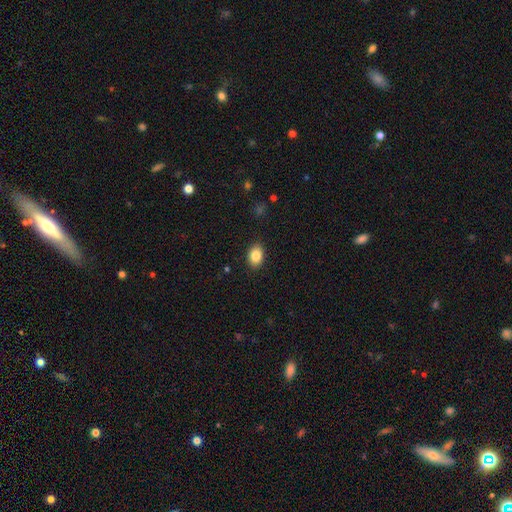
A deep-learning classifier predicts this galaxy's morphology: Q: Smooth or featured?
A: smooth (85%); runner-up: star or artifact (8%)
Q: How rounded?
A: in between (80%); runner-up: round (19%)
Q: Merging?
A: none (89%); runner-up: minor disturbance (8%)